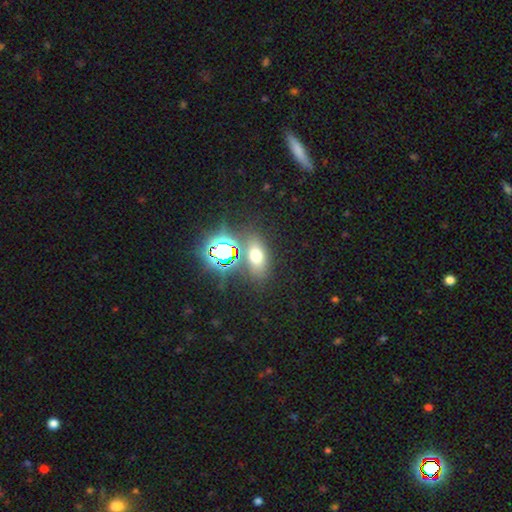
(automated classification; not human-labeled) Smooth or featured?
  - smooth: 51% *
  - star or artifact: 36%
  - featured or disk: 13%
How rounded?
  - in between: 73% *
  - round: 19%
  - cigar-shaped: 7%
Merging?
  - none: 77% *
  - minor disturbance: 11%
  - merger: 7%
  - major disturbance: 5%